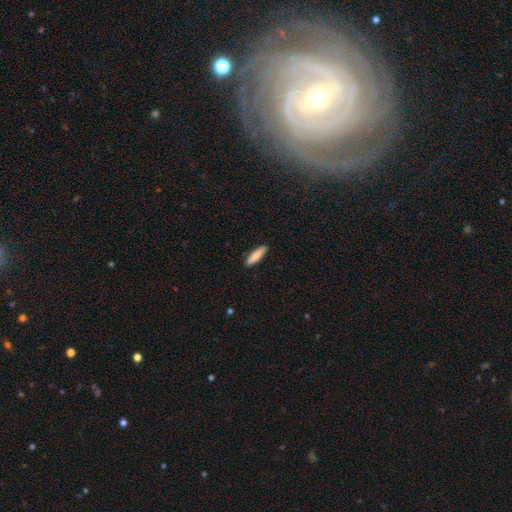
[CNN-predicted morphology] This is clearly a smooth galaxy (83%). How rounded: likely cigar-shaped (75%). Merging: clearly none (90%).